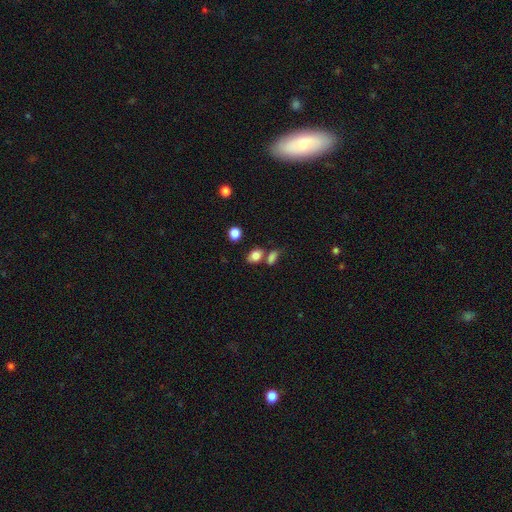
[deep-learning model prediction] Morphology: type=smooth (82%); roundness=in between (74%); merging=none (58%).